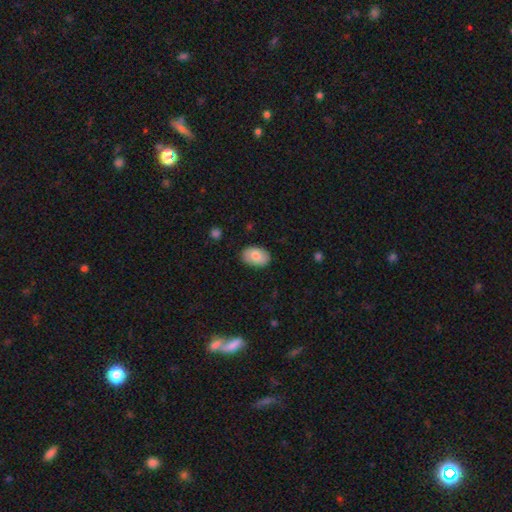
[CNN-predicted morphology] Smooth or featured? smooth (76%)
How rounded? in between (85%)
Merging? none (85%)